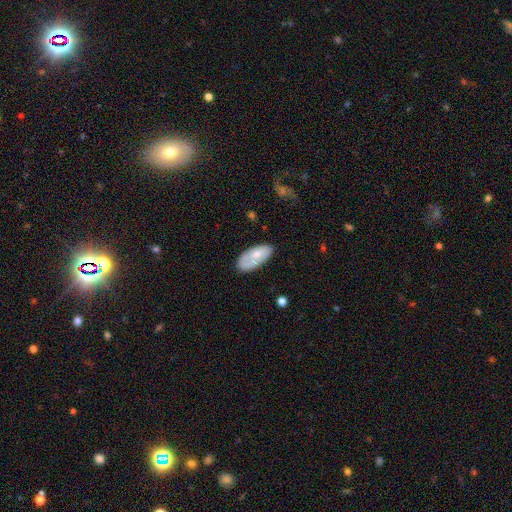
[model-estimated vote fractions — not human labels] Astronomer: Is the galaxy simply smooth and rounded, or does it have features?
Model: smooth — 66%.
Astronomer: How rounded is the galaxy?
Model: in between — 92%.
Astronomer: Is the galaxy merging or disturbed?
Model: none — 59%.